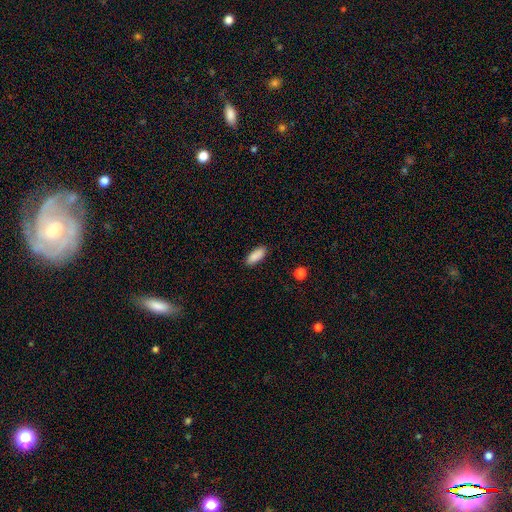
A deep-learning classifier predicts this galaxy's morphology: Smooth or featured? smooth (89%)
How rounded? in between (77%)
Merging? none (88%)